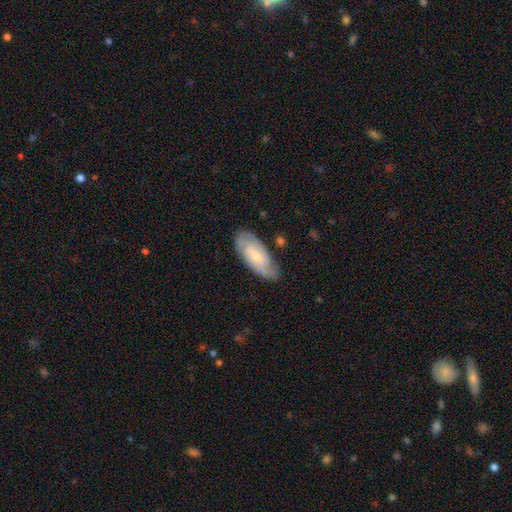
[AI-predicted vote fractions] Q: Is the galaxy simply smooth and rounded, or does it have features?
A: featured or disk — 64%.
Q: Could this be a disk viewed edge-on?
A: no — 91%.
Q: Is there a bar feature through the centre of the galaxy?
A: no — 62%.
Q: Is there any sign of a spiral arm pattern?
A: yes — 89%.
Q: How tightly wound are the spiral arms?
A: tight — 52%.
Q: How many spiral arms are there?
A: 2 — 49%.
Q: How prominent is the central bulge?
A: small — 60%.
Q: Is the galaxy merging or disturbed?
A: none — 76%.